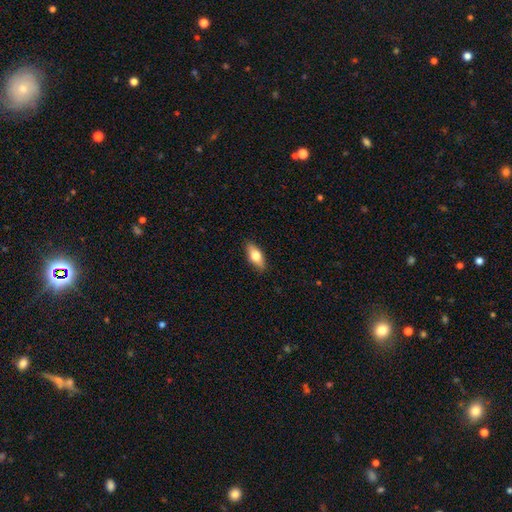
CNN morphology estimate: A smooth galaxy with no disk features (70%) that is in between round and cigar-shaped (77%). Merging: none (88%).